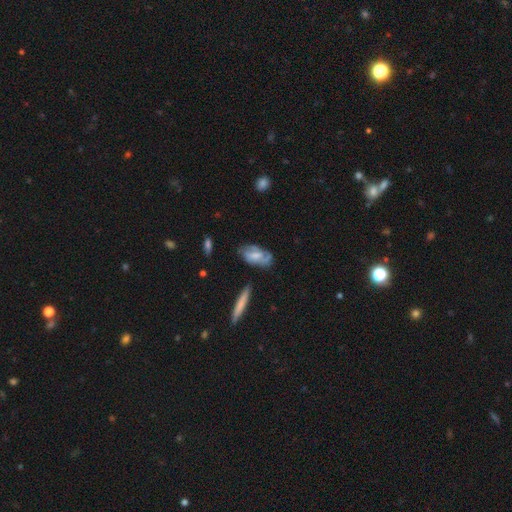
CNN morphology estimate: This appears to be a featured or disk galaxy (56%) with no bar (47%), spiral arms (79%) and a moderate central bulge (40%). Merging: none (63%).